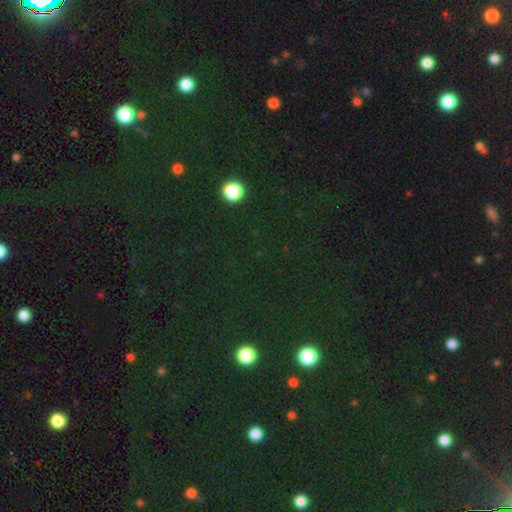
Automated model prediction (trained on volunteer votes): A star or artifact, not a galaxy (73%).